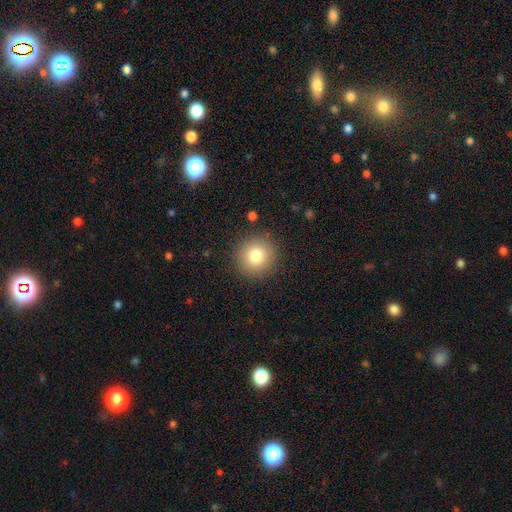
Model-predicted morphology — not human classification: smooth 79%, star or artifact 11%, featured or disk 10%. Down the decision tree: how rounded — round (94%); merging — none (90%).